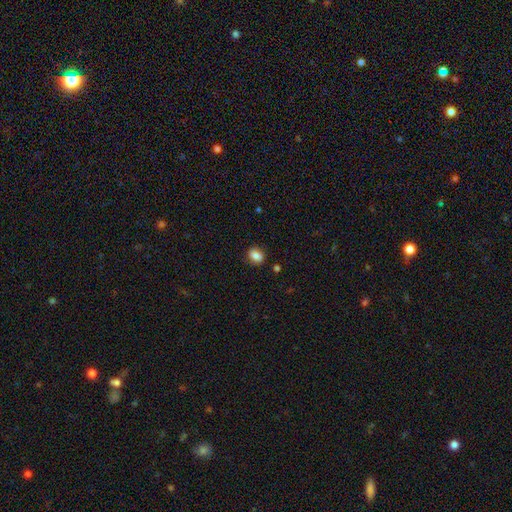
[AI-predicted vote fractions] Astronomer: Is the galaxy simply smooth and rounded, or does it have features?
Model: smooth — 82%.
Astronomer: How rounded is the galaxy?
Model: in between — 61% (runner-up: round, 38%).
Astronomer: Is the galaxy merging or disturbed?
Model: none — 81%.